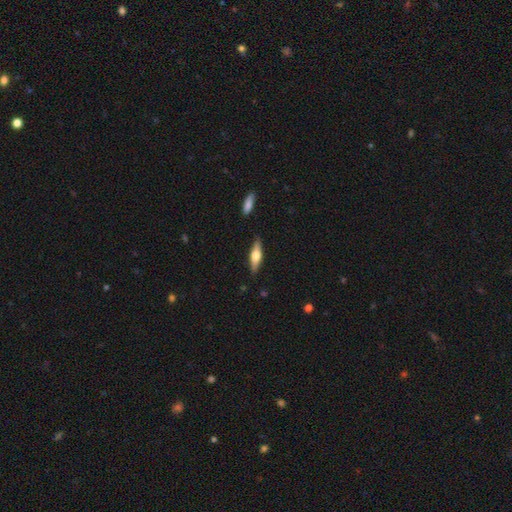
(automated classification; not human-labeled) This is possibly a featured or disk galaxy (50%). It is clearly viewed edge-on (93%). Merging: clearly none (87%).